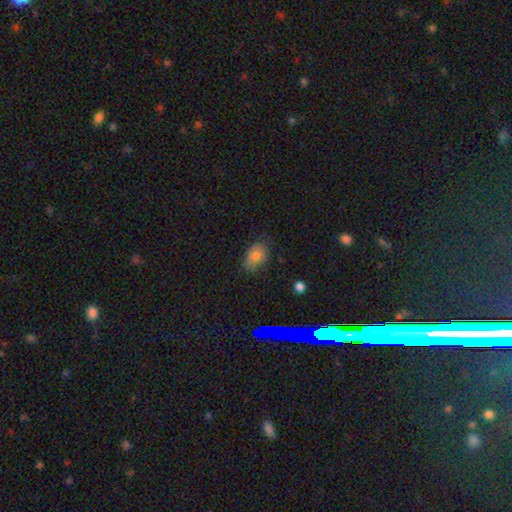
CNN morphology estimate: Smooth or featured? Predicted: smooth (p=0.78). How rounded? Predicted: in between (p=0.85). Merging? Predicted: none (p=0.69).